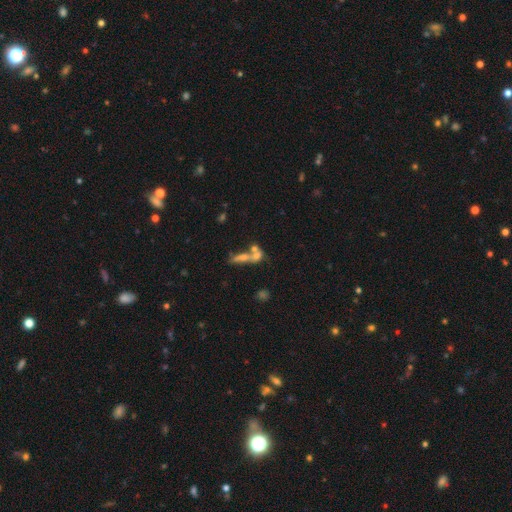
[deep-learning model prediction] smooth_or_featured: smooth (p=0.46) [alt: featured or disk p=0.40]
merging: merger (p=0.56) [alt: none p=0.27]